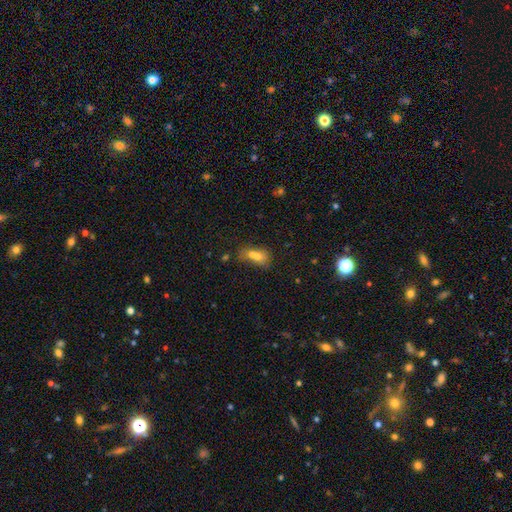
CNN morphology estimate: Smooth or featured? smooth (64%)
How rounded? in between (72%)
Merging? merger (51%)